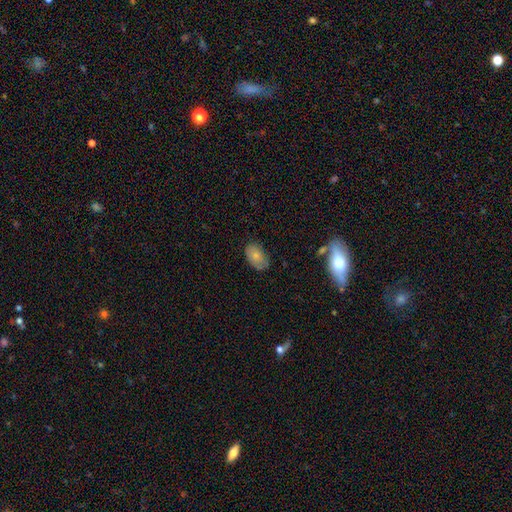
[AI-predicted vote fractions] The model was most divided on "merging": none: 72%, minor disturbance: 22%, major disturbance: 5%, merger: 2%. More confident: how rounded — in between (90%); smooth or featured — smooth (77%).